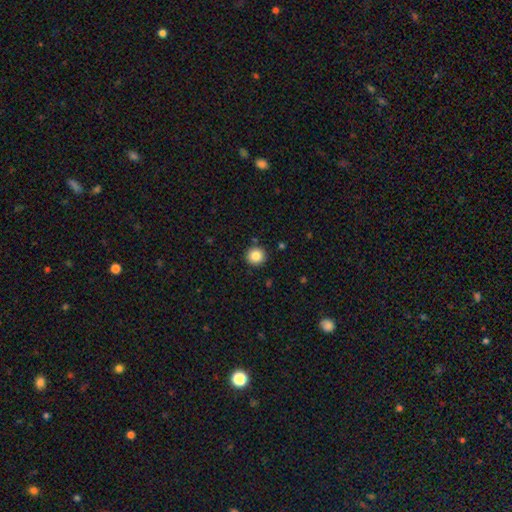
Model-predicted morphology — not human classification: A smooth galaxy with no disk features (85%) that is round (94%).

Vote fractions:
- Smooth or featured? smooth: 85% / star or artifact: 10% / featured or disk: 5%
- How rounded? round: 94% / in between: 5% / cigar-shaped: 1%
- Merging? none: 91% / minor disturbance: 6% / merger: 2% / major disturbance: 2%